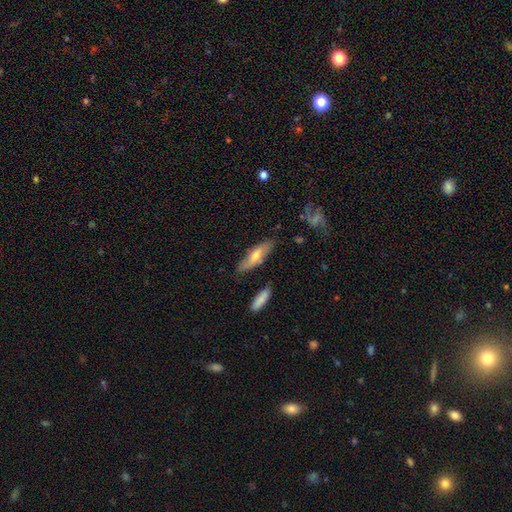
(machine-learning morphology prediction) Smooth or featured? smooth (57%)
How rounded? cigar-shaped (54%)
Merging? none (79%)